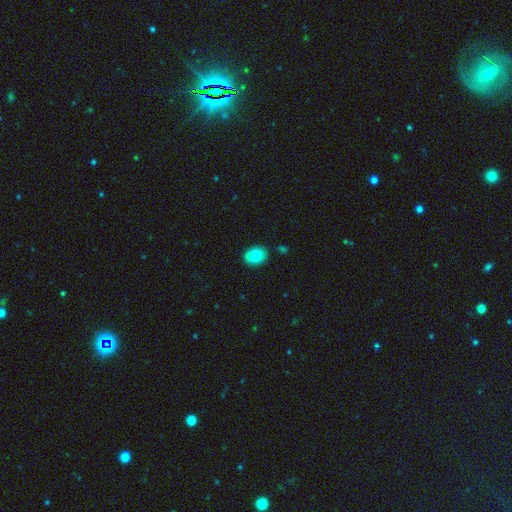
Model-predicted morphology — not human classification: Smooth or featured? smooth (73%)
How rounded? round (61%)
Merging? none (53%)